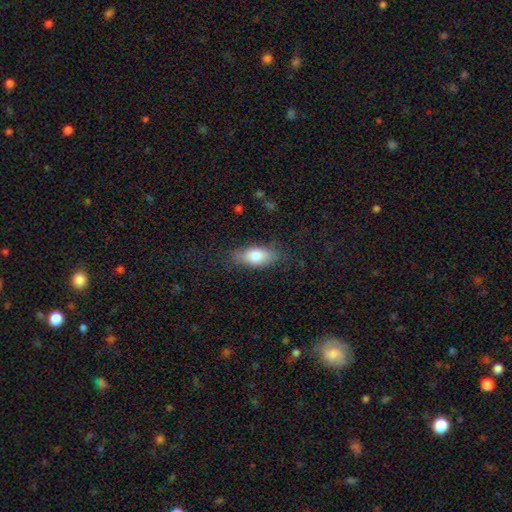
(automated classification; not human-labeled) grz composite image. It shows a smooth galaxy with no disk features (80%) that is in between round and cigar-shaped (85%). Merging: none (75%).